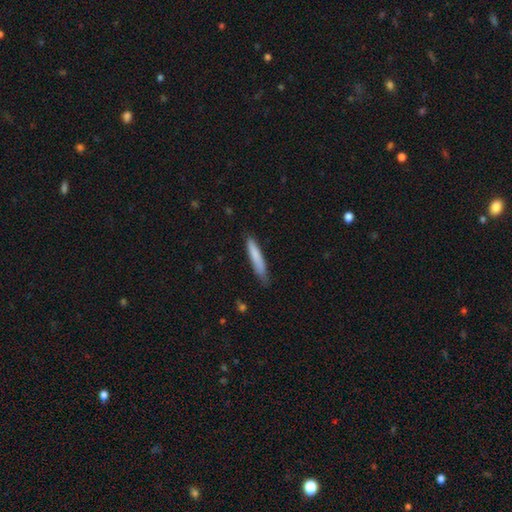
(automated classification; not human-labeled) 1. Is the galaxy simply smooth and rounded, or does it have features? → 80% smooth, 14% featured or disk, 6% star or artifact.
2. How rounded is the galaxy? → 91% cigar-shaped, 8% in between, 1% round.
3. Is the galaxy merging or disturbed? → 76% none, 20% minor disturbance, 3% major disturbance, 1% merger.